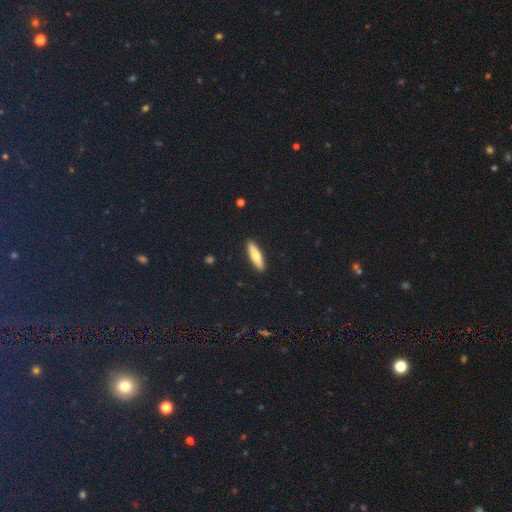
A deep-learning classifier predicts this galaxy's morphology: smooth_or_featured: smooth (p=0.68) [alt: featured or disk p=0.25]
how_rounded: cigar-shaped (p=0.73) [alt: in between p=0.25]
merging: none (p=0.91) [alt: minor disturbance p=0.07]